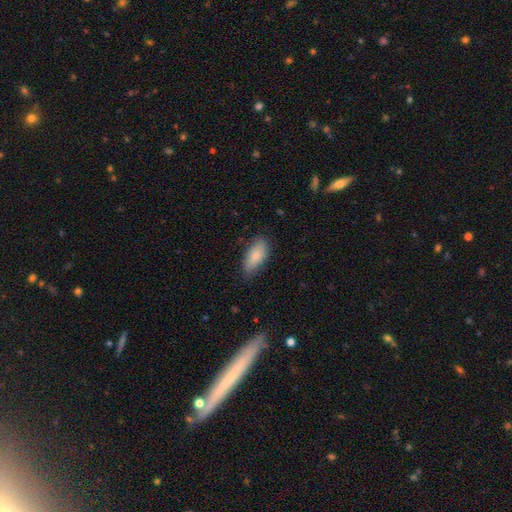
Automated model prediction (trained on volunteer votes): The model was most divided on "merging": none: 72%, minor disturbance: 23%, major disturbance: 4%, merger: 1%. More confident: how rounded — in between (89%); smooth or featured — smooth (81%).